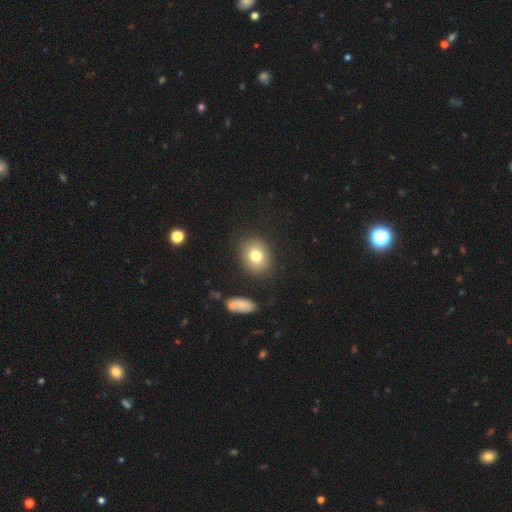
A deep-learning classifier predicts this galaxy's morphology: Overall: smooth (77%). How rounded: round (58%; in between 40%). Merging: none (86%).